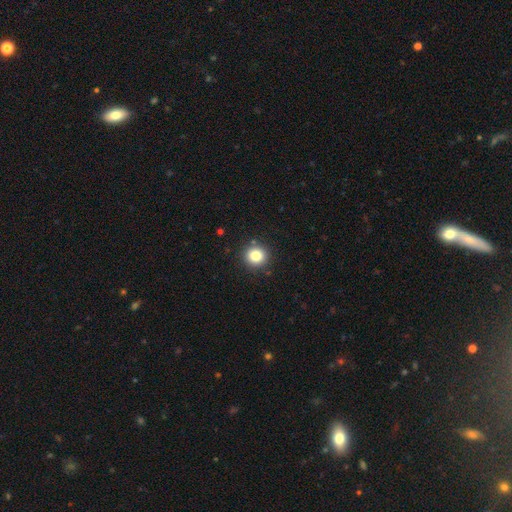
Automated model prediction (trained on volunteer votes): Smooth or featured?
  - smooth: 82% *
  - star or artifact: 12%
  - featured or disk: 7%
How rounded?
  - round: 91% *
  - in between: 8%
  - cigar-shaped: 1%
Merging?
  - none: 90% *
  - minor disturbance: 6%
  - major disturbance: 2%
  - merger: 2%